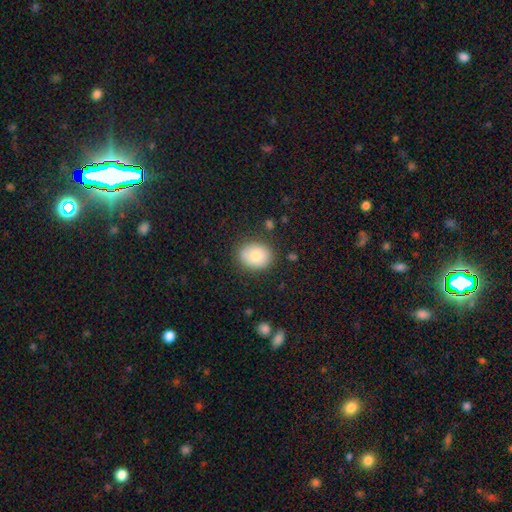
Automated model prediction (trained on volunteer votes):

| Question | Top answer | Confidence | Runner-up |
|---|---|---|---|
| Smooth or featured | smooth | 82% | featured or disk (11%) |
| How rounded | round | 52% | in between (47%) |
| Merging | none | 82% | minor disturbance (13%) |